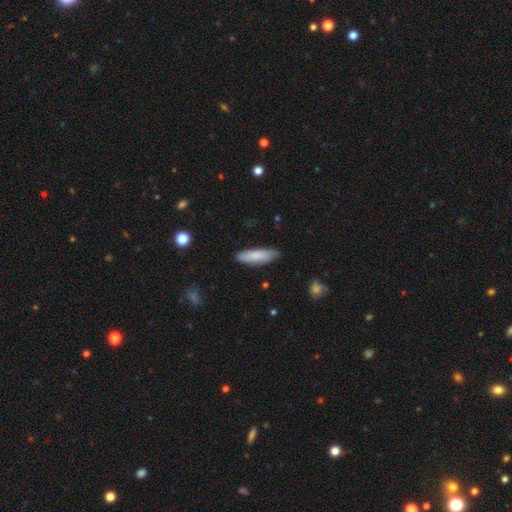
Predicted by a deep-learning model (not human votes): smooth_or_featured: smooth (p=0.82) [alt: featured or disk p=0.12]
how_rounded: cigar-shaped (p=0.58) [alt: in between p=0.41]
merging: none (p=0.82) [alt: minor disturbance p=0.14]